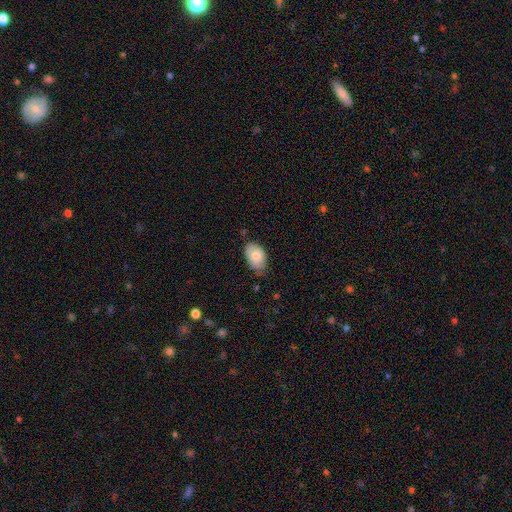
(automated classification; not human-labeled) A smooth galaxy with no disk features (78%) that is in between round and cigar-shaped (90%). Merging: none (59%).